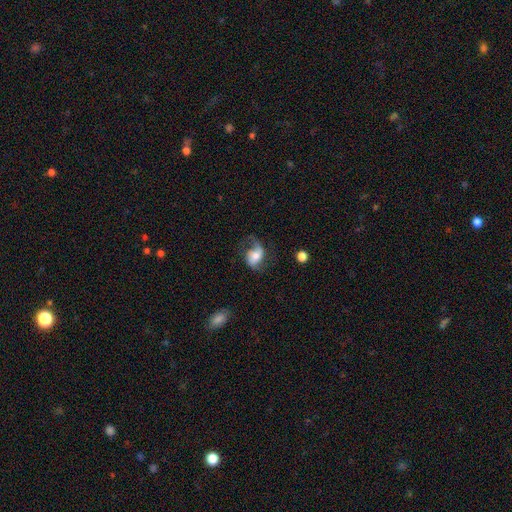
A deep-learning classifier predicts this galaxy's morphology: smooth-or-featured: featured or disk: 61% | smooth: 31% | star or artifact: 8%
  disk-edge-on: no: 96% | yes: 4%
    bar: no: 50% | weak: 33% | strong: 17%
    has-spiral-arms: yes: 88% | no: 12%
      spiral-winding: loose: 57% | medium: 33% | tight: 10%
      spiral-arm-count: 2: 73% | 1: 20% | can't tell: 5% | 3: 1% | 4: 1% | more than 4: 1%
    bulge-size: moderate: 57% | small: 23% | large: 14% | dominant: 3% | none: 3%
  merging: none: 53% | minor disturbance: 23% | major disturbance: 21% | merger: 2%